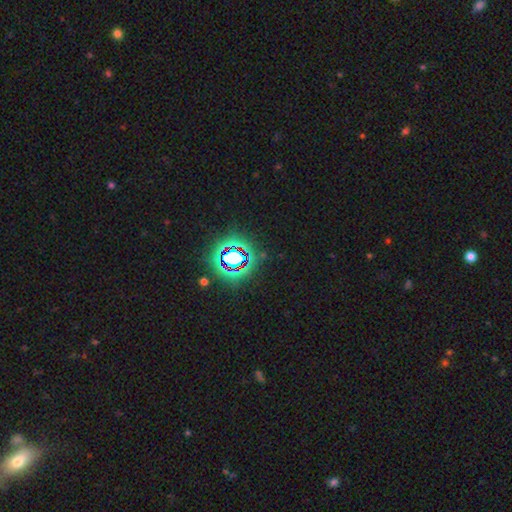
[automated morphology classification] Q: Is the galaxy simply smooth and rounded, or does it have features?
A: star or artifact — 79%.